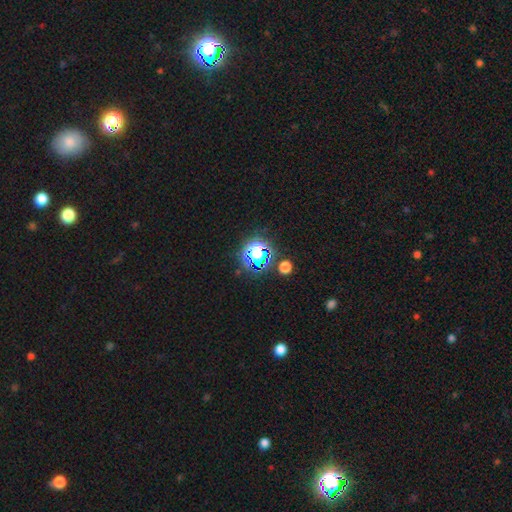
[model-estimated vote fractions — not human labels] star or artifact 76%, smooth 17%, featured or disk 7%.